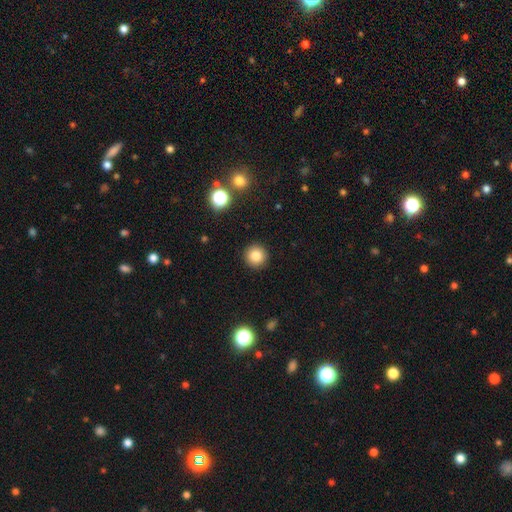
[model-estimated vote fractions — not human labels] smooth_or_featured: smooth (p=0.82) [alt: star or artifact p=0.12]
how_rounded: round (p=0.95) [alt: in between p=0.04]
merging: none (p=0.93) [alt: minor disturbance p=0.05]